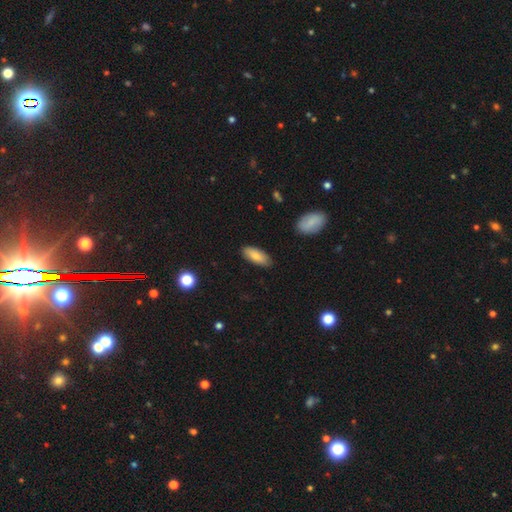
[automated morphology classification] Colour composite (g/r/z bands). It shows a smooth galaxy with no disk features (78%) that is in between round and cigar-shaped (80%). Merging: none (85%).